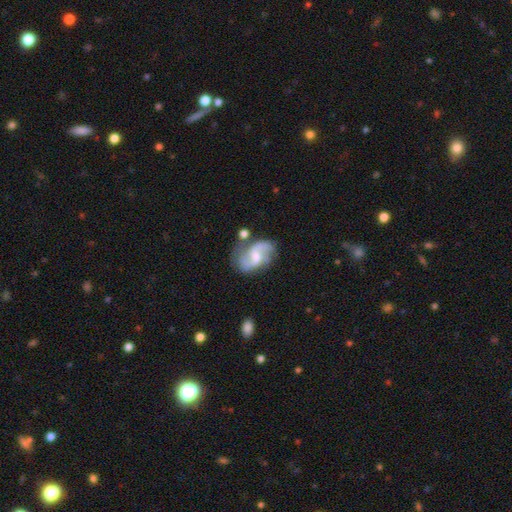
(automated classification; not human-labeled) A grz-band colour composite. It shows a featured or disk galaxy (83%) with a weak bar (51%), 2 (87%) medium (47%) spiral arms (95%) and a moderate central bulge (45%). Merging: none (60%).